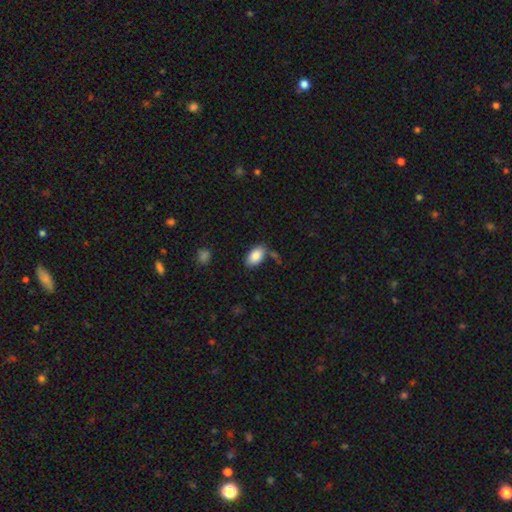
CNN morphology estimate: A smooth galaxy with no disk features (88%) that is in between round and cigar-shaped (94%).

Vote fractions:
- Smooth or featured? smooth: 88% / star or artifact: 7% / featured or disk: 5%
- How rounded? in between: 94% / round: 4% / cigar-shaped: 2%
- Merging? none: 78% / minor disturbance: 14% / merger: 5% / major disturbance: 3%